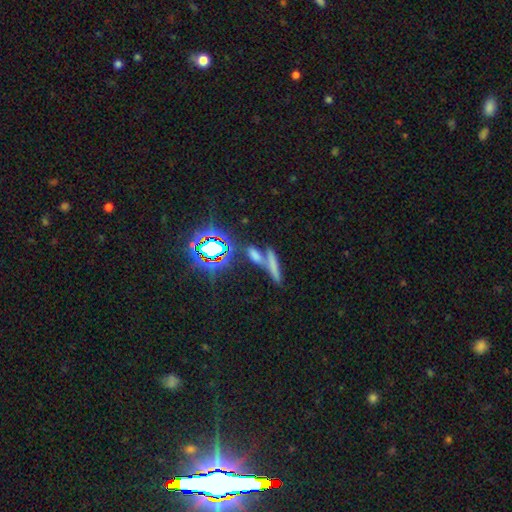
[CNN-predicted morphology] Smooth or featured: smooth — 52% (star or artifact — 31%)
How rounded: cigar-shaped — 65% (in between — 24%)
Merging: none — 45% (merger — 40%)